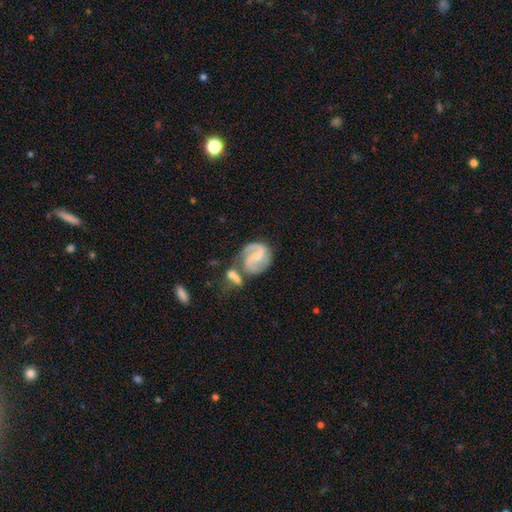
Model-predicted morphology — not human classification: smooth_or_featured: featured or disk (p=0.83) [alt: smooth p=0.11]
disk_edge_on: no (p=0.98) [alt: yes p=0.02]
bar: weak (p=0.47) [alt: no p=0.36]
has_spiral_arms: yes (p=0.96) [alt: no p=0.04]
spiral_winding: medium (p=0.54) [alt: tight p=0.24]
spiral_arm_count: 2 (p=0.86) [alt: 1 p=0.06]
bulge_size: small (p=0.52) [alt: moderate p=0.39]
merging: none (p=0.43) [alt: merger p=0.31]